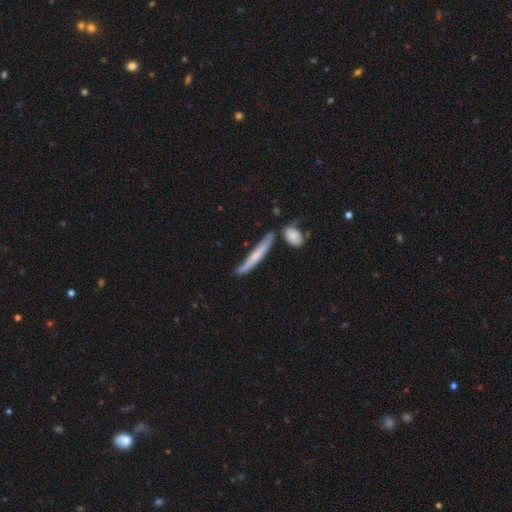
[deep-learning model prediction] Smooth or featured? smooth (50%)
How rounded? cigar-shaped (92%)
Merging? none (61%)